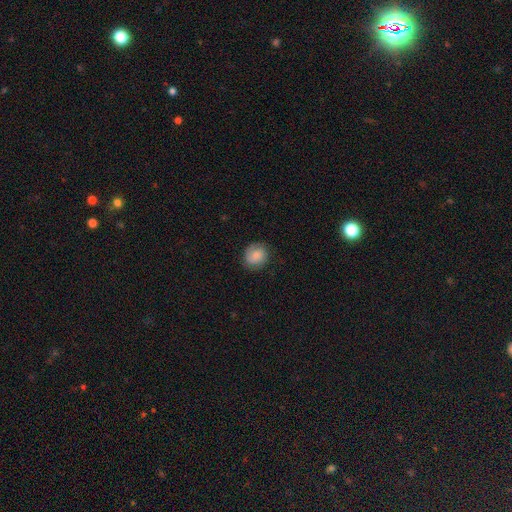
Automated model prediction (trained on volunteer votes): Q: Smooth or featured?
A: smooth (75%); runner-up: featured or disk (18%)
Q: How rounded?
A: round (77%); runner-up: in between (22%)
Q: Merging?
A: none (81%); runner-up: minor disturbance (14%)